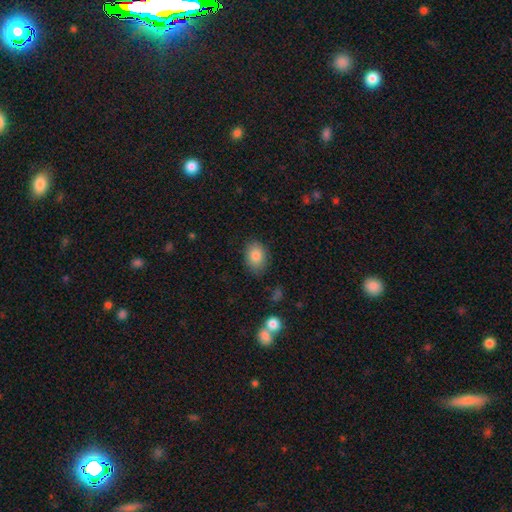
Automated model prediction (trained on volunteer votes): Smooth or featured?
  - smooth: 84% *
  - star or artifact: 8%
  - featured or disk: 8%
How rounded?
  - in between: 73% *
  - round: 26%
  - cigar-shaped: 1%
Merging?
  - none: 82% *
  - minor disturbance: 13%
  - major disturbance: 3%
  - merger: 1%